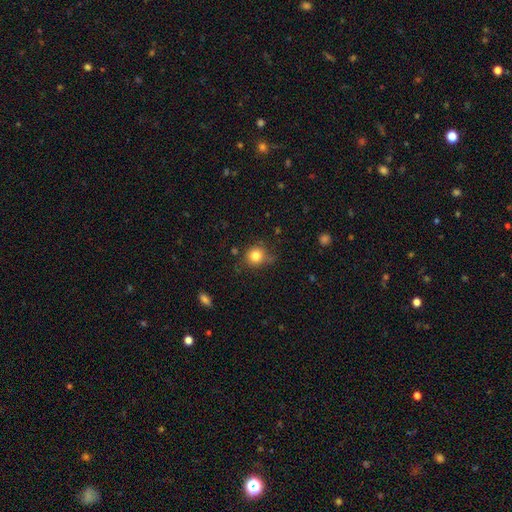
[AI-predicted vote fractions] This appears to be a smooth galaxy with no disk features (82%) that is round (85%). Merging: none (69%).